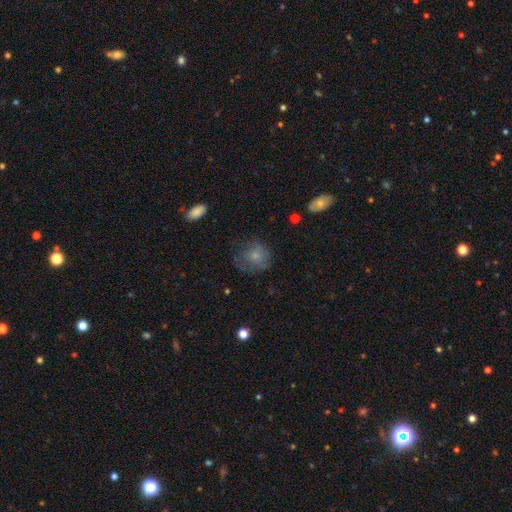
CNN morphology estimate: A smooth galaxy with no disk features (65%) that is round (73%). Merging: none (52%).